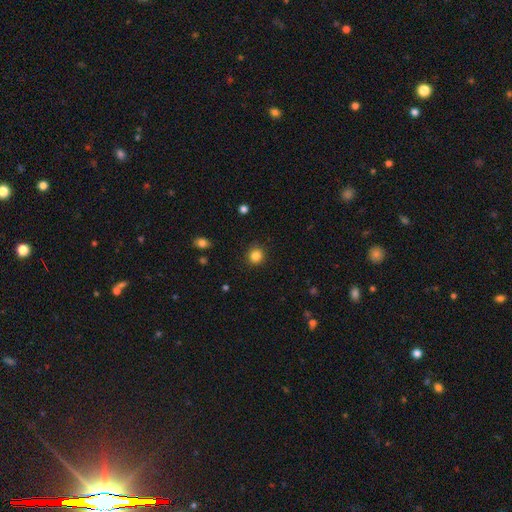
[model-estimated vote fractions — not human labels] This appears to be a smooth galaxy with no disk features (84%) that is round (89%). Merging: none (89%).